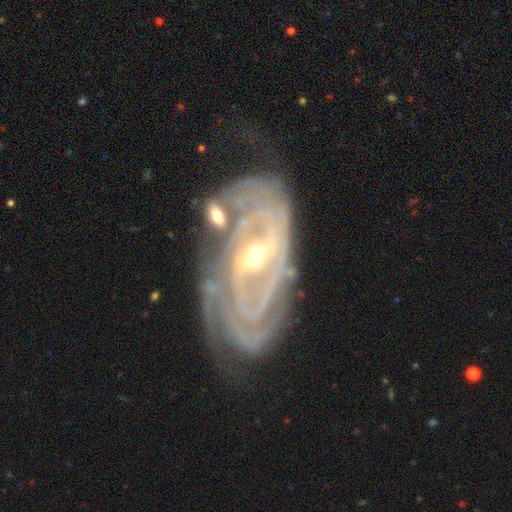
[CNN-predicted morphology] This is clearly a featured or disk galaxy (90%). It is clearly not viewed edge-on (94%). Bar: marginally strong (39%). Spiral arm pattern: clearly yes (95%). Spiral arm count: marginally can't tell (35%). Spiral winding: likely tight (77%). Central bulge: possibly small (55%). Merging: likely none (61%).